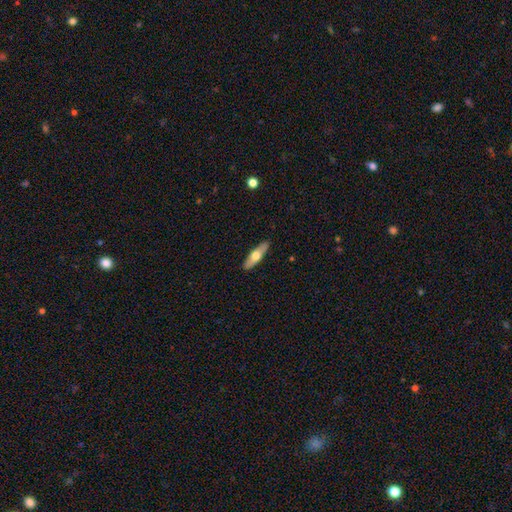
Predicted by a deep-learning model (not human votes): A smooth galaxy with no disk features (52%) that is cigar-shaped (61%).

Vote fractions:
- Smooth or featured? smooth: 52% / featured or disk: 43% / star or artifact: 5%
- How rounded? cigar-shaped: 61% / in between: 37% / round: 3%
- Merging? none: 90% / minor disturbance: 8% / major disturbance: 2% / merger: 1%